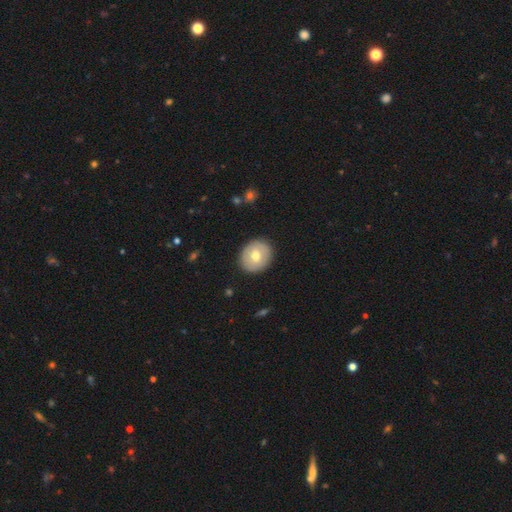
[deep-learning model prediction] smooth 65%, featured or disk 29%, star or artifact 7%. Down the decision tree: how rounded — round (78%); merging — none (89%).